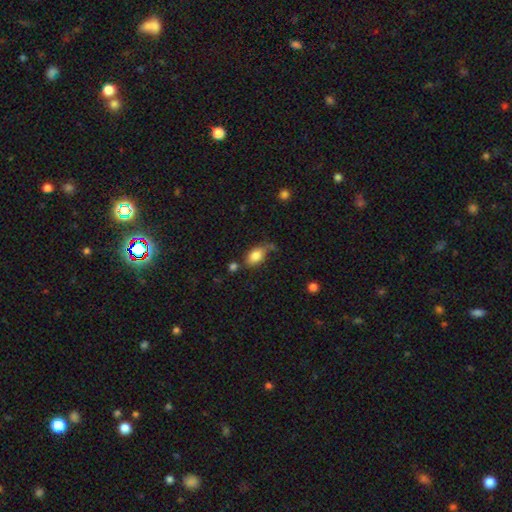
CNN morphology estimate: Q: Smooth or featured?
A: smooth (82%); runner-up: featured or disk (10%)
Q: How rounded?
A: in between (88%); runner-up: round (9%)
Q: Merging?
A: none (58%); runner-up: minor disturbance (24%)